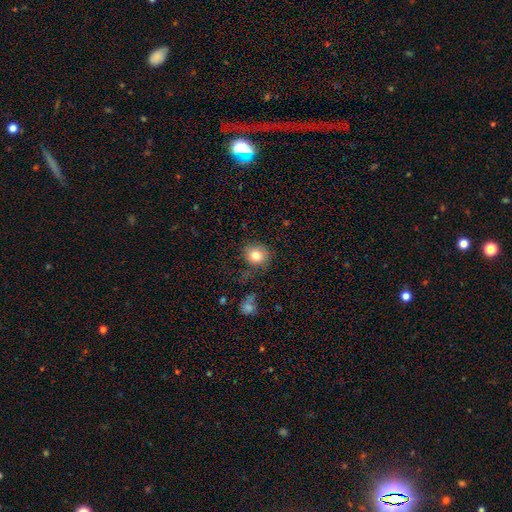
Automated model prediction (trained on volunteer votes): Q: Smooth or featured?
A: smooth (80%); runner-up: star or artifact (11%)
Q: How rounded?
A: round (78%); runner-up: in between (21%)
Q: Merging?
A: none (75%); runner-up: minor disturbance (16%)